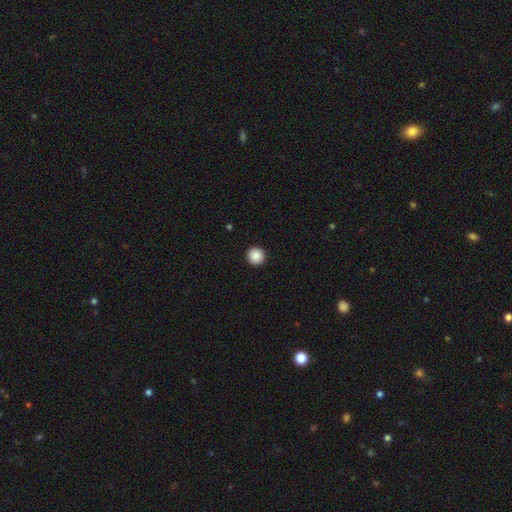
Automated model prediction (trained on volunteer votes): Q: Smooth or featured?
A: smooth (88%); runner-up: star or artifact (9%)
Q: How rounded?
A: round (97%); runner-up: in between (2%)
Q: Merging?
A: none (94%); runner-up: minor disturbance (4%)